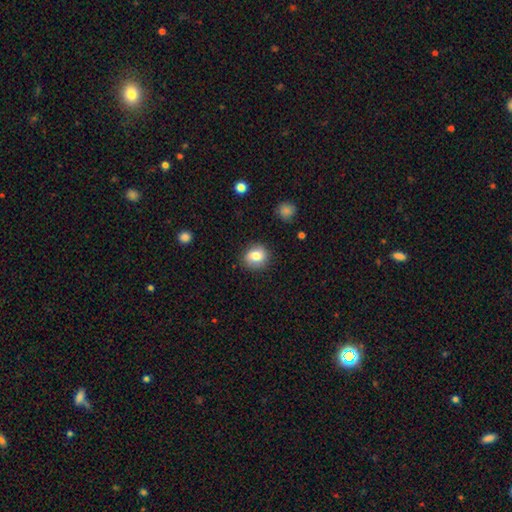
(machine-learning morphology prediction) type=smooth (81%); roundness=round (76%); merging=none (86%).